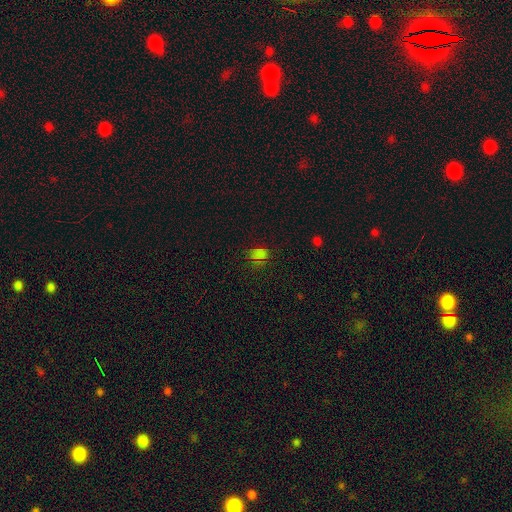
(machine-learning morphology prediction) Smooth or featured?
  - smooth: 56% *
  - star or artifact: 36%
  - featured or disk: 8%
How rounded?
  - in between: 56% *
  - round: 42%
  - cigar-shaped: 2%
Merging?
  - none: 67% *
  - minor disturbance: 20%
  - major disturbance: 10%
  - merger: 3%